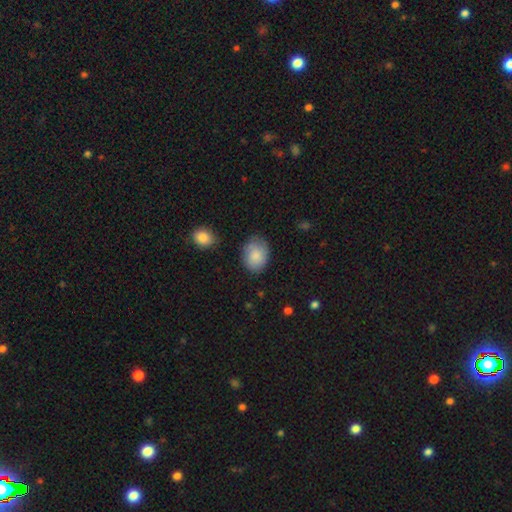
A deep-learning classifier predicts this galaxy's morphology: Overall: smooth (83%). How rounded: in between (67%; round 32%). Merging: none (72%).